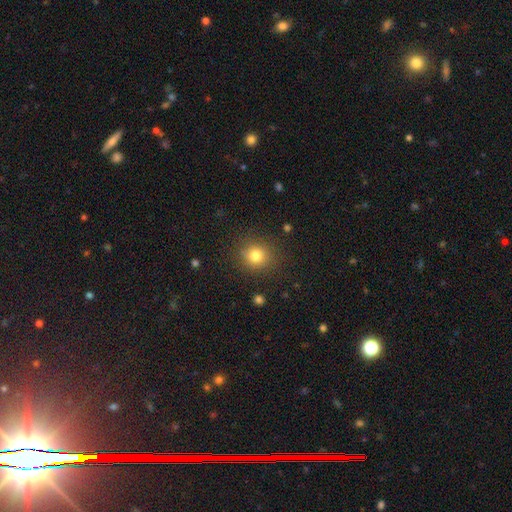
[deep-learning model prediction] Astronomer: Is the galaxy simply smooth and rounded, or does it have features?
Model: smooth — 80%.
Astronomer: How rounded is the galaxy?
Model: round — 86%.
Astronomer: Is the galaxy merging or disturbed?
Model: none — 87%.